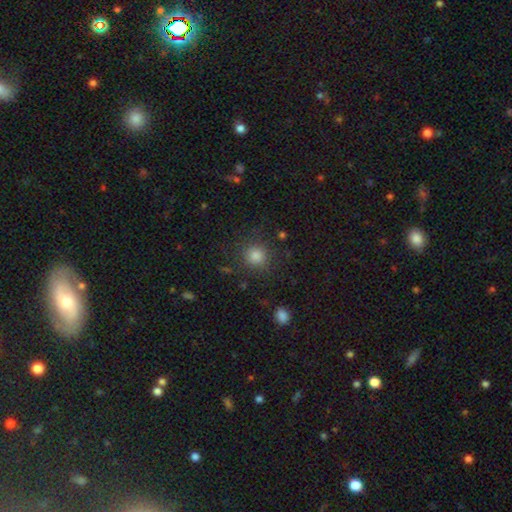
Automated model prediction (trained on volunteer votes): Smooth or featured?
  - smooth: 82% *
  - star or artifact: 13%
  - featured or disk: 5%
How rounded?
  - round: 92% *
  - in between: 7%
  - cigar-shaped: 1%
Merging?
  - none: 86% *
  - minor disturbance: 9%
  - major disturbance: 4%
  - merger: 2%